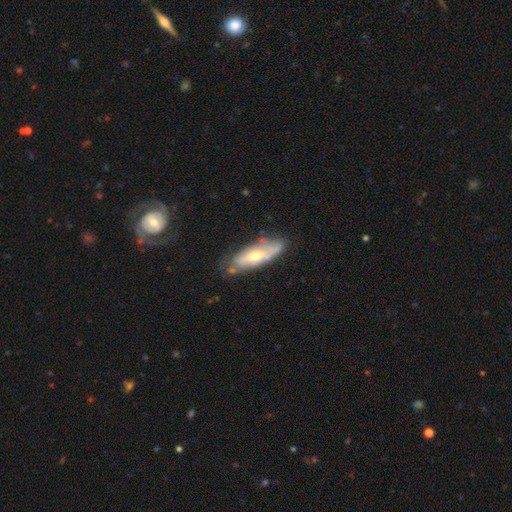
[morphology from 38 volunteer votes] Overall: featured or disk (58%; smooth 39%). Edge-on disk: no (59%; yes 41%). Bar: no (62%; weak 31%). Spiral arms: yes (62%; no 38%). Spiral arm count: can't tell (62%; 2 25%). Spiral winding: tight (75%). Bulge size: moderate (69%; small 31%). Merging: minor disturbance (49%; none 41%).